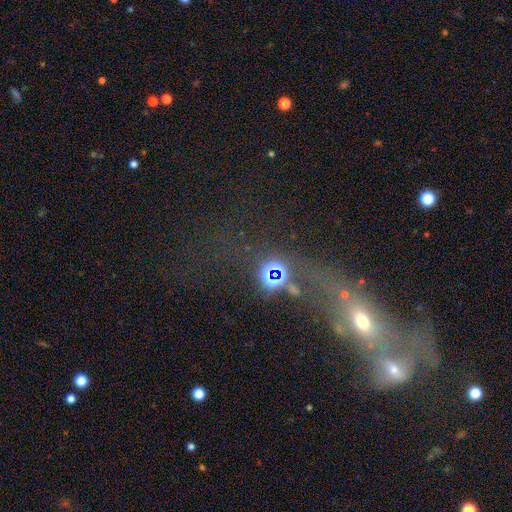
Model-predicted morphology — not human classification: Smooth or featured? star or artifact (43%)